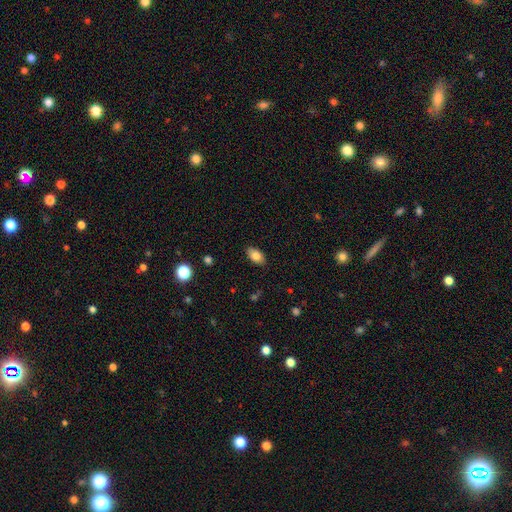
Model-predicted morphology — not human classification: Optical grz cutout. It shows a smooth galaxy with no disk features (82%) that is in between round and cigar-shaped (92%). Merging: none (87%).